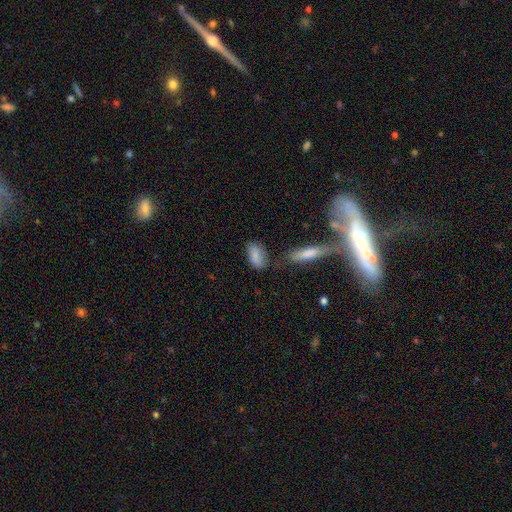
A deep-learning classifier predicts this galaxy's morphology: smooth-or-featured: smooth: 83% | featured or disk: 10% | star or artifact: 7%
  how-rounded: in between: 86% | cigar-shaped: 10% | round: 4%
  merging: none: 63% | minor disturbance: 21% | merger: 10% | major disturbance: 6%